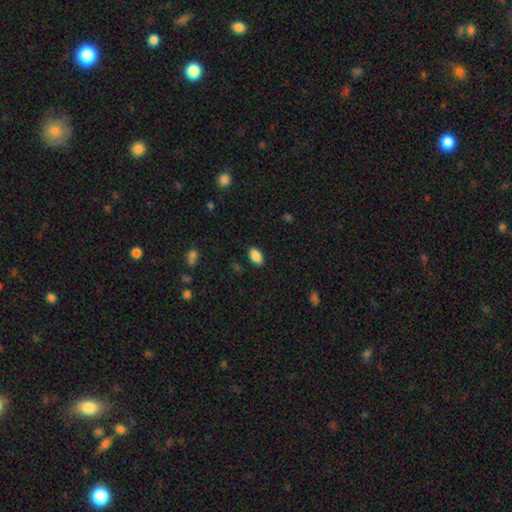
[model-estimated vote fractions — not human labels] The model was most divided on "merging": none: 87%, minor disturbance: 9%, major disturbance: 2%, merger: 1%. More confident: how rounded — in between (92%); smooth or featured — smooth (88%).